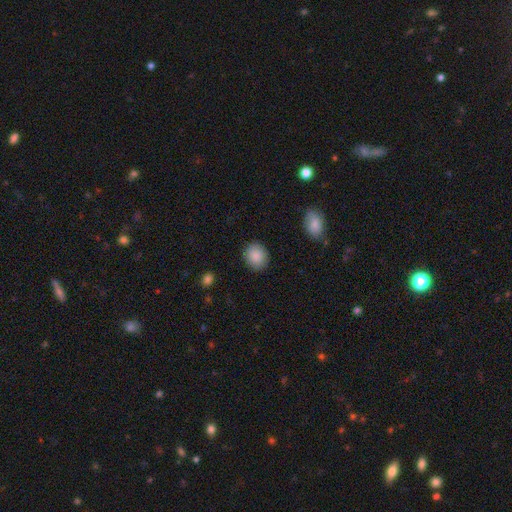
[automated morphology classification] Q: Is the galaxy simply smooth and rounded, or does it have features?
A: smooth — 89%.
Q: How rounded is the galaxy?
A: round — 71%.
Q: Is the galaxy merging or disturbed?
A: none — 88%.